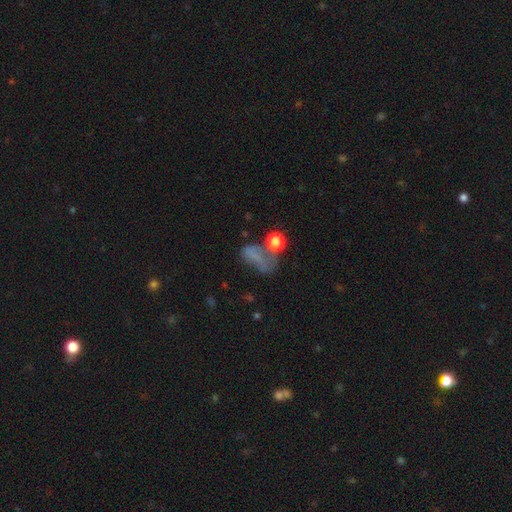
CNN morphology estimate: smooth-or-featured: smooth: 54% | star or artifact: 25% | featured or disk: 21%
  how-rounded: in between: 69% | round: 24% | cigar-shaped: 7%
  merging: major disturbance: 35% | none: 29% | minor disturbance: 19% | merger: 17%